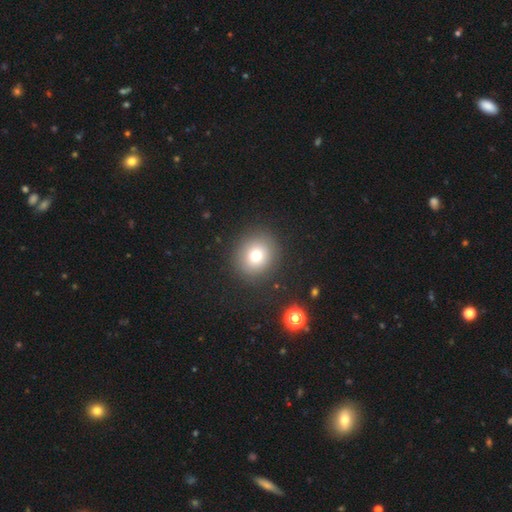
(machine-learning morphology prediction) Smooth or featured? smooth (74%)
How rounded? round (86%)
Merging? none (88%)